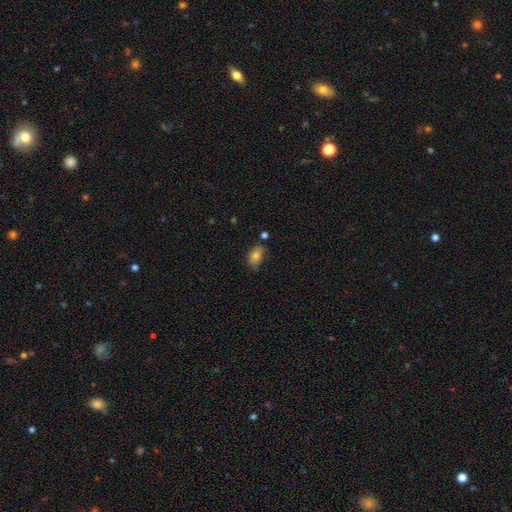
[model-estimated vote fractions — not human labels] A smooth galaxy with no disk features (76%) that is in between round and cigar-shaped (86%). Merging: none (60%).